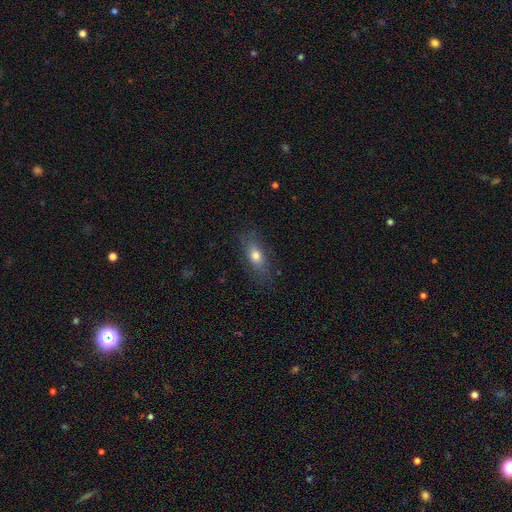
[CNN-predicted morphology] A smooth galaxy with no disk features (72%) that is in between round and cigar-shaped (75%).

Vote fractions:
- Smooth or featured? smooth: 72% / featured or disk: 19% / star or artifact: 8%
- How rounded? in between: 75% / cigar-shaped: 19% / round: 6%
- Merging? none: 79% / minor disturbance: 15% / major disturbance: 5% / merger: 1%